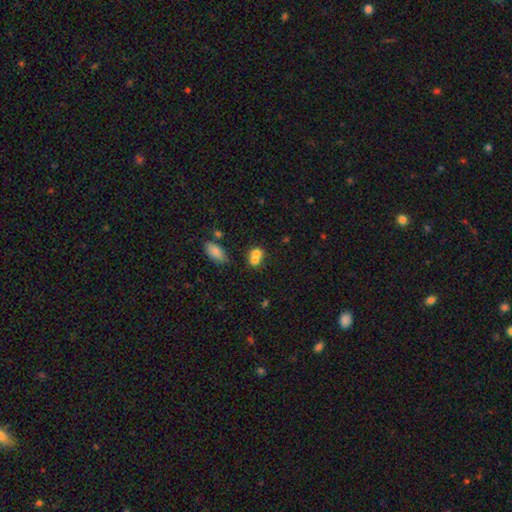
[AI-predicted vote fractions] Overall: smooth (71%). How rounded: round (57%; in between 41%). Merging: merger (64%; none 25%).